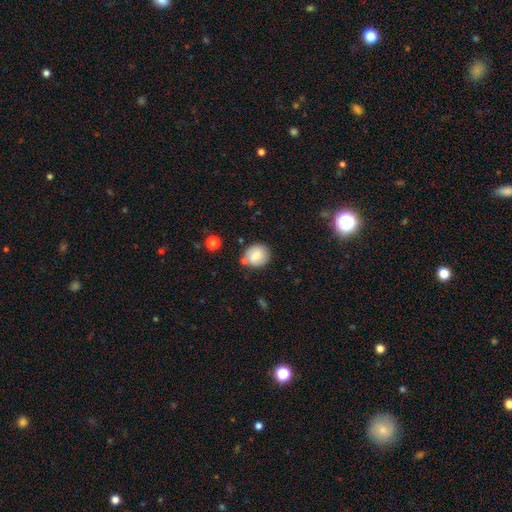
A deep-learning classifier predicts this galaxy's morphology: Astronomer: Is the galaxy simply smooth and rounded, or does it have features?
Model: smooth — 74%.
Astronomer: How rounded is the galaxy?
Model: round — 82%.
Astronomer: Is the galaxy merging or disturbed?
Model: none — 73%.